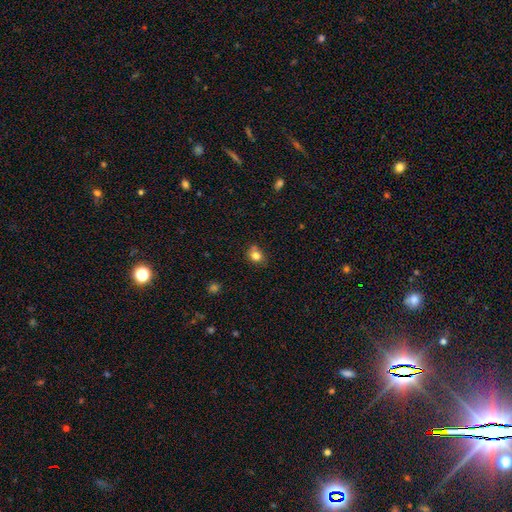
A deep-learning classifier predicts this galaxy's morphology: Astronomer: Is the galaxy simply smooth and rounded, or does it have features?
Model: smooth — 80%.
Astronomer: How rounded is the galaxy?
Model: round — 61% (runner-up: in between, 38%).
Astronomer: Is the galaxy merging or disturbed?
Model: none — 64%.